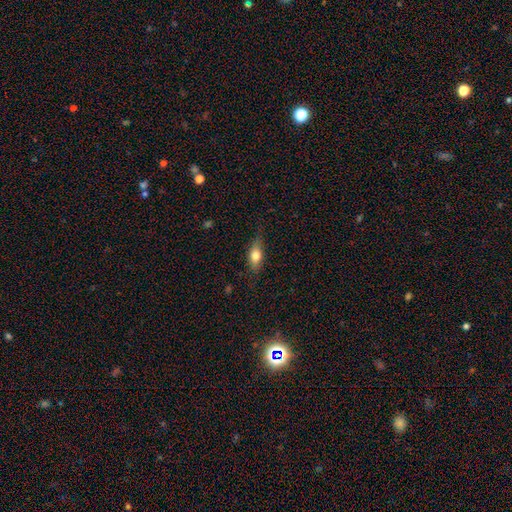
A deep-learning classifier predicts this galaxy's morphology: smooth-or-featured: smooth: 67% | featured or disk: 26% | star or artifact: 8%
  how-rounded: in between: 71% | cigar-shaped: 22% | round: 7%
  merging: none: 75% | minor disturbance: 19% | major disturbance: 4% | merger: 1%